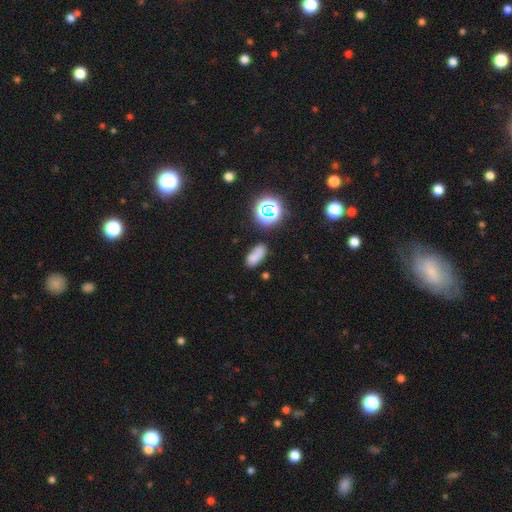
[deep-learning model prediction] Overall: smooth (73%). How rounded: in between (82%). Merging: none (66%).